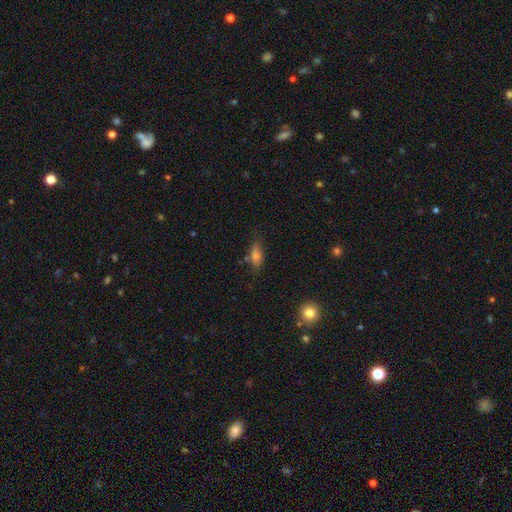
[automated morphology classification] smooth-or-featured: smooth: 66% | featured or disk: 23% | star or artifact: 12%
  how-rounded: in between: 71% | cigar-shaped: 22% | round: 6%
  merging: none: 63% | minor disturbance: 25% | major disturbance: 8% | merger: 5%